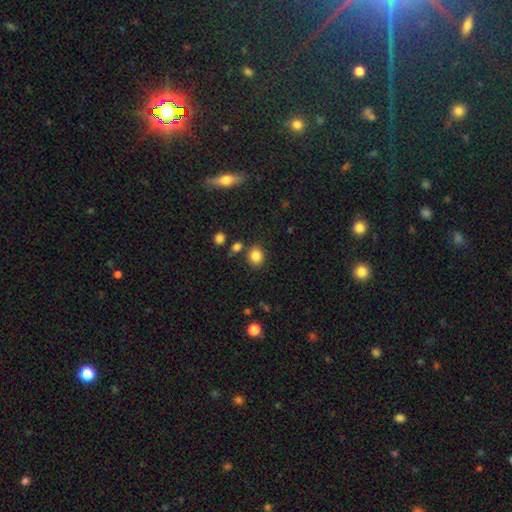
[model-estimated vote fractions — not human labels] This is clearly a smooth galaxy (84%). How rounded: likely round (64%). Merging: likely none (80%).